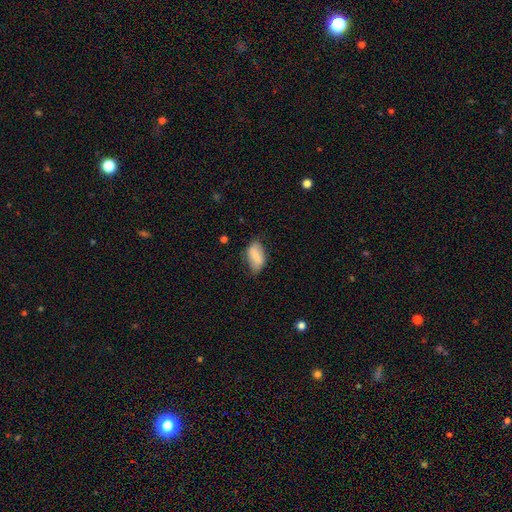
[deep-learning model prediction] This appears to be a smooth galaxy with no disk features (74%) that is in between round and cigar-shaped (92%). Merging: none (63%).